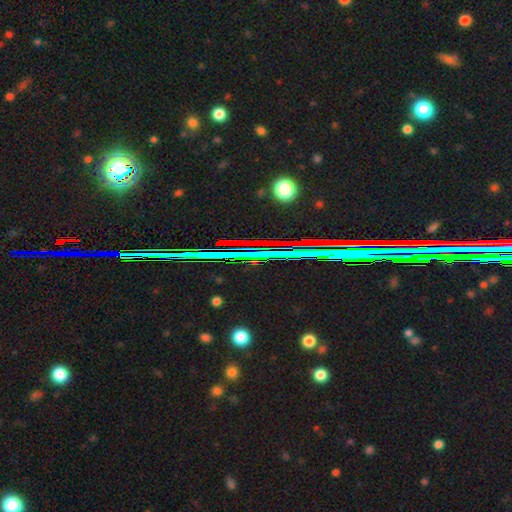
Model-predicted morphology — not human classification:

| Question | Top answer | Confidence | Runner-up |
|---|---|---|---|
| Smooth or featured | star or artifact | 79% | featured or disk (11%) |